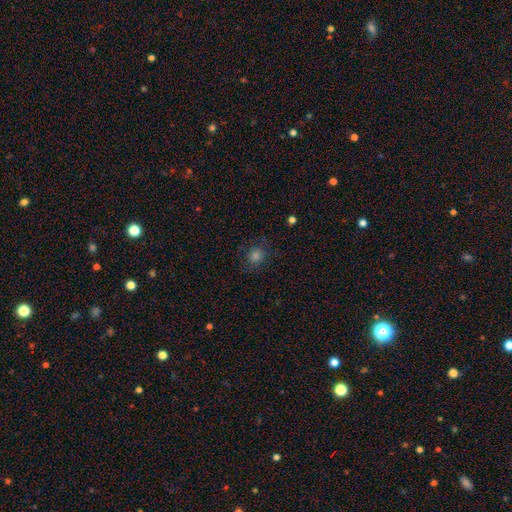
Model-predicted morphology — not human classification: Q: Smooth or featured?
A: smooth (68%); runner-up: star or artifact (22%)
Q: How rounded?
A: round (84%); runner-up: in between (15%)
Q: Merging?
A: none (81%); runner-up: minor disturbance (12%)